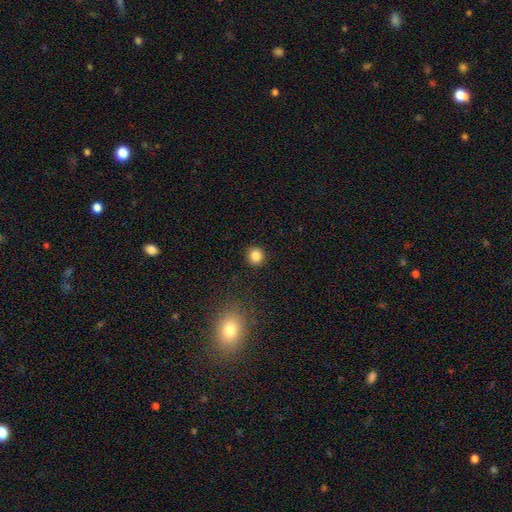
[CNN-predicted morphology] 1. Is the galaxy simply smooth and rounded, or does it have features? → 84% smooth, 11% star or artifact, 4% featured or disk.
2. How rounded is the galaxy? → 91% round, 8% in between, 1% cigar-shaped.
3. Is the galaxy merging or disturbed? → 92% none, 5% minor disturbance, 2% major disturbance, 1% merger.